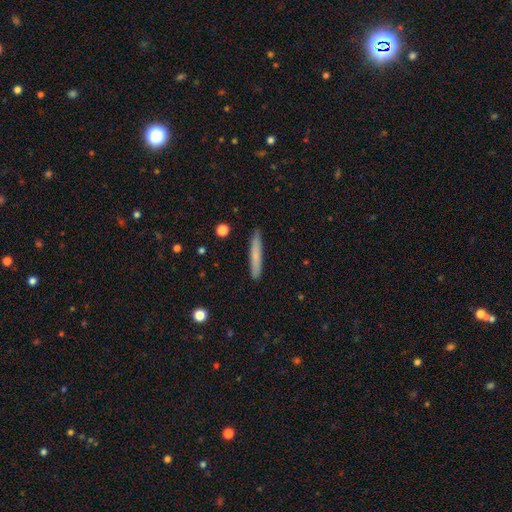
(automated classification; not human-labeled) smooth 71%, featured or disk 22%, star or artifact 6%. Down the decision tree: how rounded — cigar-shaped (95%); merging — none (88%).